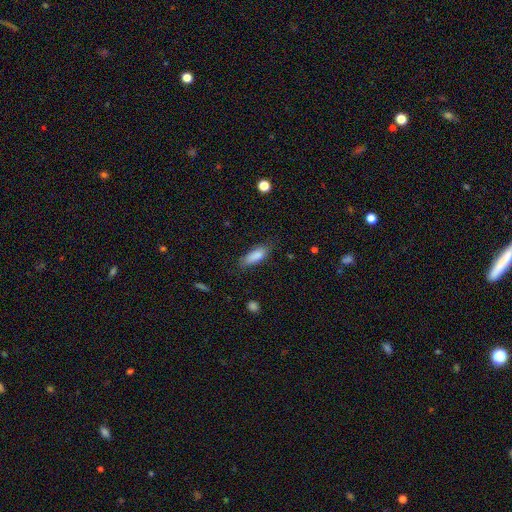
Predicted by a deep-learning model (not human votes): The model was most divided on "how rounded": in between: 69%, cigar-shaped: 29%, round: 2%. More confident: smooth or featured — smooth (86%); merging — none (75%).